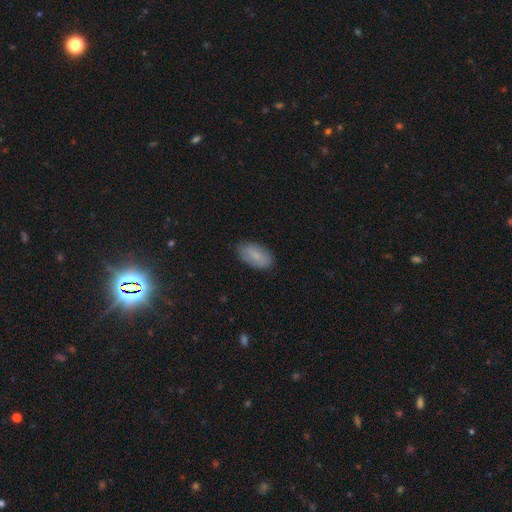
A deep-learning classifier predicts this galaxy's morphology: smooth_or_featured: smooth (p=0.74) [alt: featured or disk p=0.19]
how_rounded: in between (p=0.93) [alt: round p=0.04]
merging: none (p=0.82) [alt: minor disturbance p=0.14]